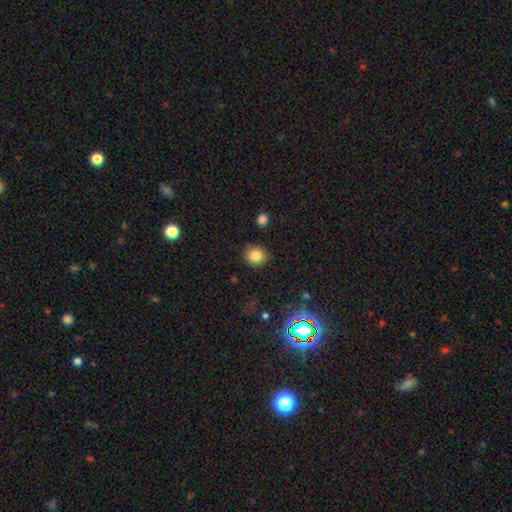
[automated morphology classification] Smooth or featured? smooth (80%)
How rounded? round (80%)
Merging? none (87%)